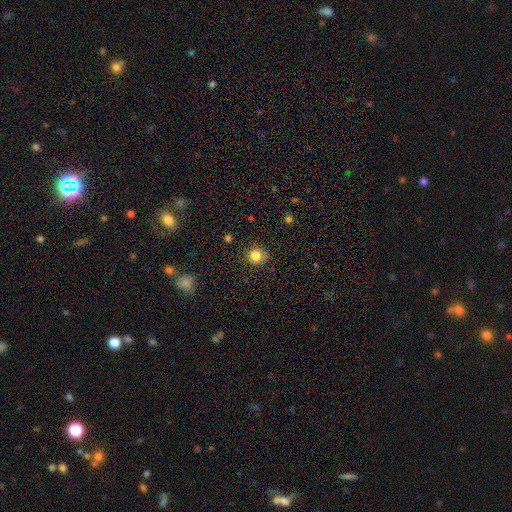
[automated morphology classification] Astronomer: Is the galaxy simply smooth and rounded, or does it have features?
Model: smooth — 83%.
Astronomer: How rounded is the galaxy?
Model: round — 85%.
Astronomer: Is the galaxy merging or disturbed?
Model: none — 84%.